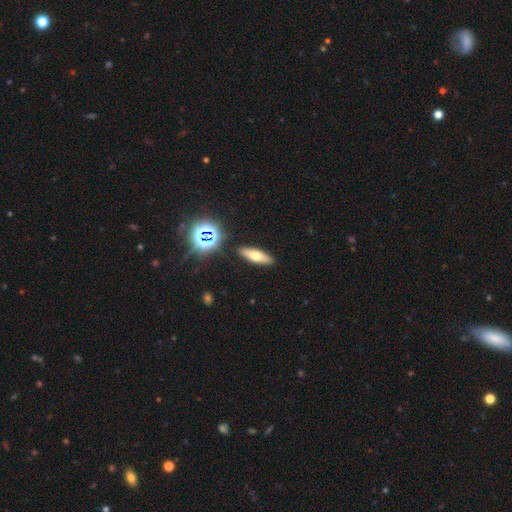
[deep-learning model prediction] Smooth or featured?
  - smooth: 59% *
  - featured or disk: 29%
  - star or artifact: 12%
How rounded?
  - cigar-shaped: 52% *
  - in between: 44%
  - round: 4%
Merging?
  - none: 89% *
  - minor disturbance: 7%
  - major disturbance: 2%
  - merger: 2%